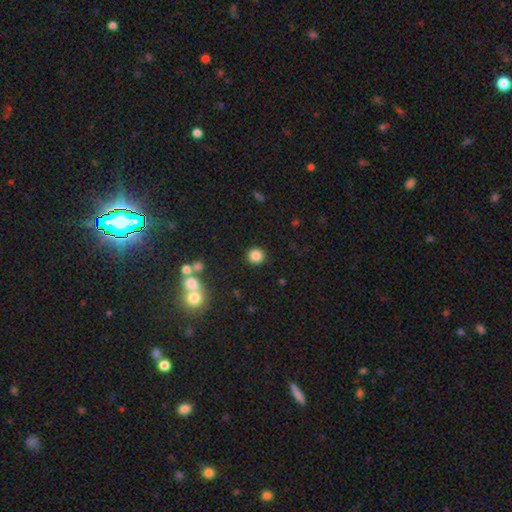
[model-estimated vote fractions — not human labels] This is clearly a smooth galaxy (83%). How rounded: clearly round (92%). Merging: clearly none (89%).